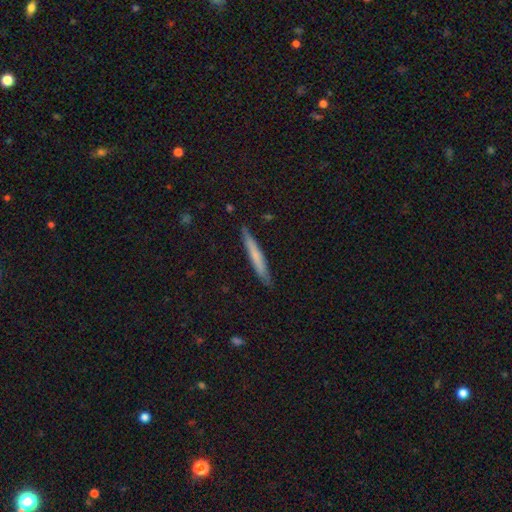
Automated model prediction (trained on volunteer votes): A smooth galaxy with no disk features (63%) that is cigar-shaped (96%).

Vote fractions:
- Smooth or featured? smooth: 63% / featured or disk: 31% / star or artifact: 6%
- How rounded? cigar-shaped: 96% / in between: 3% / round: 1%
- Merging? none: 88% / minor disturbance: 9% / major disturbance: 2% / merger: 1%